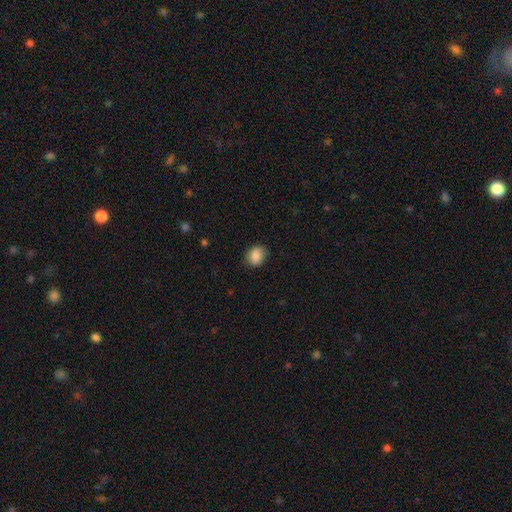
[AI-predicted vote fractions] Smooth or featured? Predicted: smooth (p=0.85). How rounded? Predicted: in between (p=0.55). Merging? Predicted: none (p=0.83).